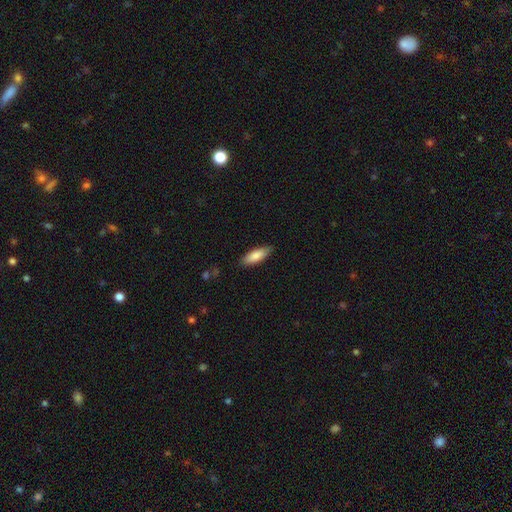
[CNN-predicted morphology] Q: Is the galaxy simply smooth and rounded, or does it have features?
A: smooth — 84%.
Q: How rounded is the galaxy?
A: in between — 60%.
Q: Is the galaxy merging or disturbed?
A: none — 86%.